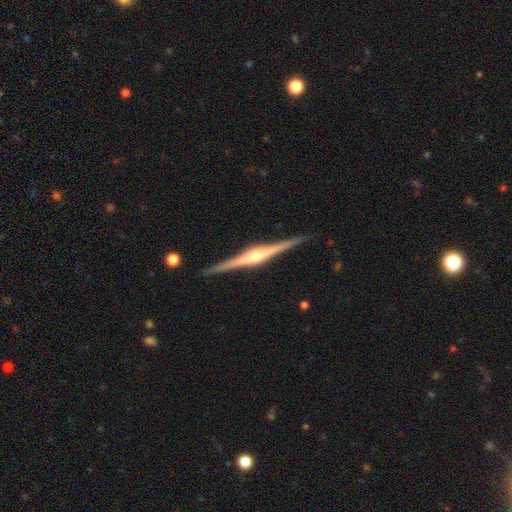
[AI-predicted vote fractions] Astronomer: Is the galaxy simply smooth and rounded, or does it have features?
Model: featured or disk — 88%.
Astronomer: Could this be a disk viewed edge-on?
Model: yes — 99%.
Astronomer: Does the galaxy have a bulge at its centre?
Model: rounded — 82%.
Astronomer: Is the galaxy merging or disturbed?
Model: none — 92%.